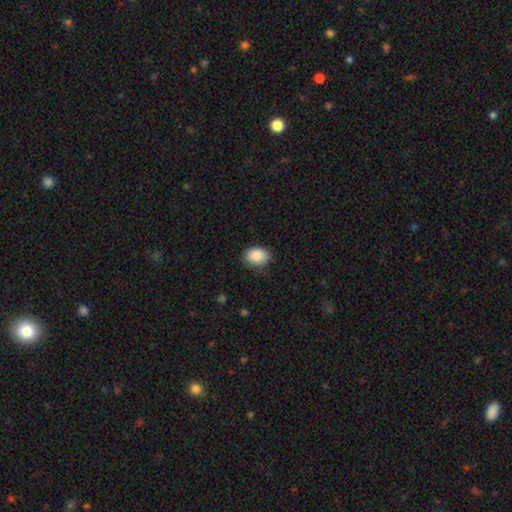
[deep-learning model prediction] smooth-or-featured: smooth: 86% | star or artifact: 8% | featured or disk: 6%
  how-rounded: in between: 66% | round: 33% | cigar-shaped: 1%
  merging: none: 83% | minor disturbance: 13% | major disturbance: 2% | merger: 1%